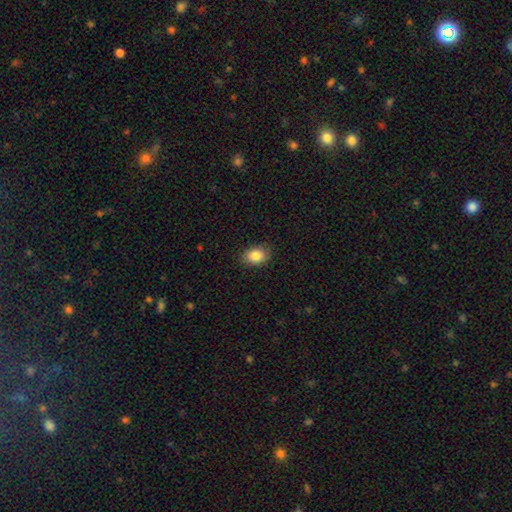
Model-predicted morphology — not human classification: A smooth galaxy with no disk features (85%) that is in between round and cigar-shaped (76%).

Vote fractions:
- Smooth or featured? smooth: 85% / star or artifact: 8% / featured or disk: 6%
- How rounded? in between: 76% / round: 23% / cigar-shaped: 1%
- Merging? none: 88% / minor disturbance: 9% / major disturbance: 2% / merger: 1%